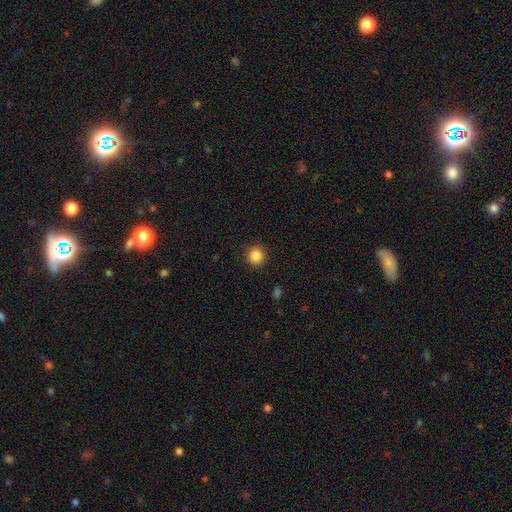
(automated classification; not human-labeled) A smooth galaxy with no disk features (85%) that is round (92%). Merging: none (91%).